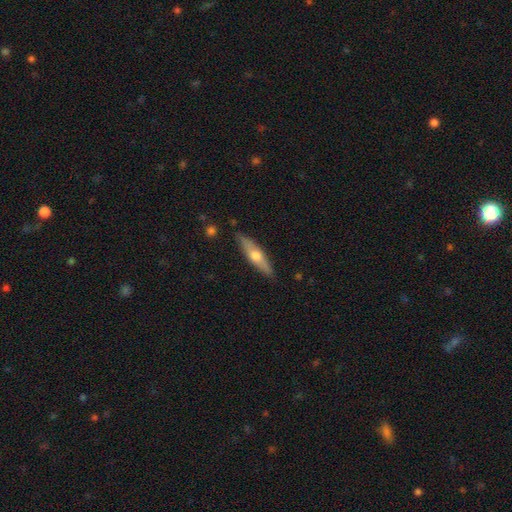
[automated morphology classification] A featured or disk galaxy (51%) viewed edge-on (87%). Merging: none (85%).